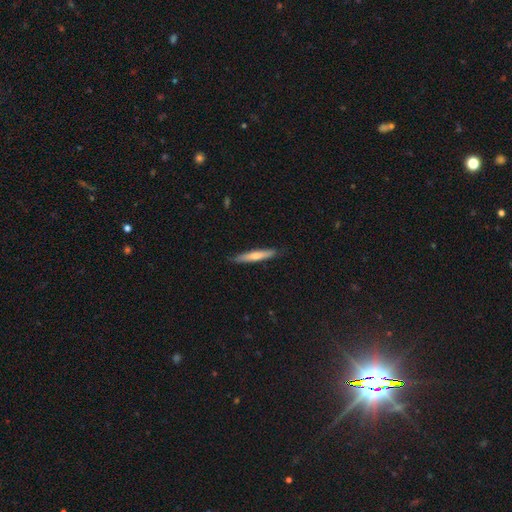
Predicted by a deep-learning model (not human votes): Morphology: type=smooth (49%); merging=none (89%).